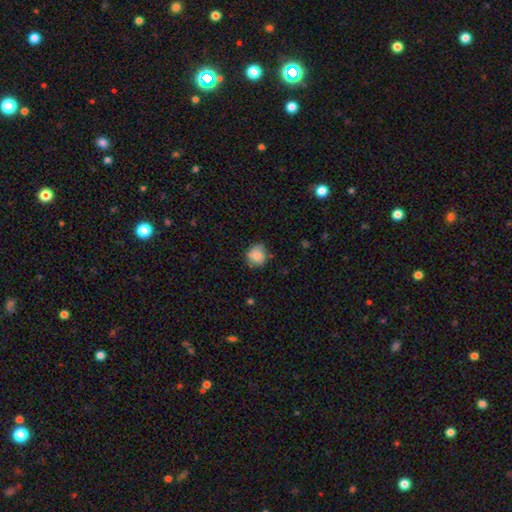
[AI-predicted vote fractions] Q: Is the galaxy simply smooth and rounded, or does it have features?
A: smooth — 81%.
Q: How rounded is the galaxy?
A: round — 81%.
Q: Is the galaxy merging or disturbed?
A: none — 65%.